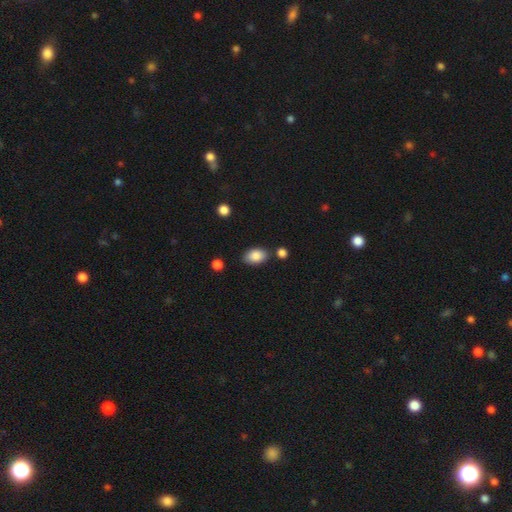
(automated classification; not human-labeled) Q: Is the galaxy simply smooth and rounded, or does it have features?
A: smooth — 87%.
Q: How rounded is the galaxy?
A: in between — 88%.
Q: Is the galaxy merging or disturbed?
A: none — 77%.